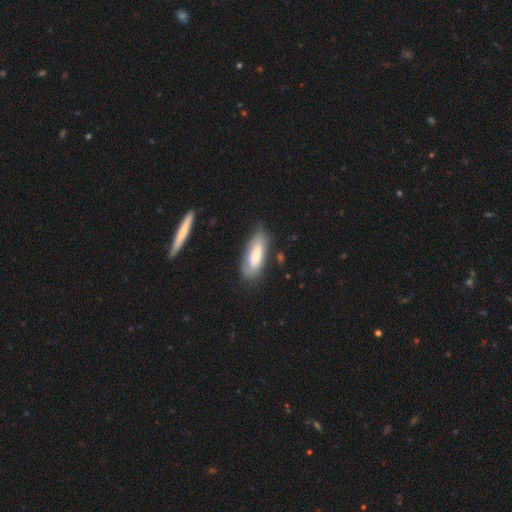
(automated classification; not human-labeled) Q: Smooth or featured?
A: smooth (72%); runner-up: featured or disk (22%)
Q: How rounded?
A: in between (71%); runner-up: cigar-shaped (27%)
Q: Merging?
A: none (68%); runner-up: minor disturbance (23%)